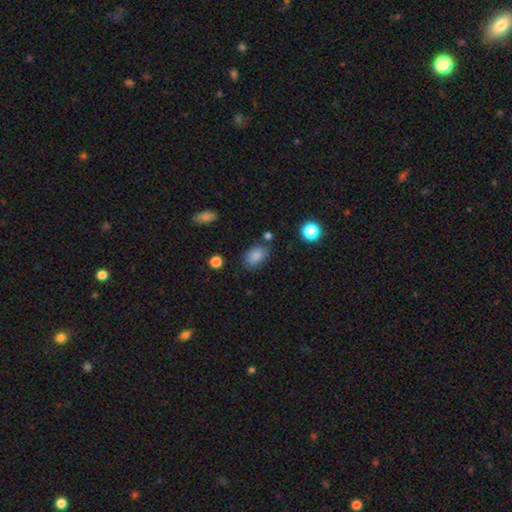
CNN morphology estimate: Smooth or featured: smooth — 85% (star or artifact — 10%)
How rounded: in between — 85% (round — 14%)
Merging: none — 75% (minor disturbance — 16%)